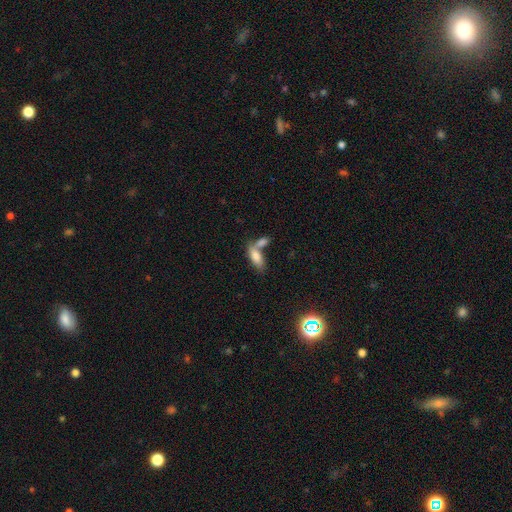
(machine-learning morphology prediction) A smooth galaxy with no disk features (79%) that is in between round and cigar-shaped (78%).

Vote fractions:
- Smooth or featured? smooth: 79% / featured or disk: 14% / star or artifact: 7%
- How rounded? in between: 78% / cigar-shaped: 19% / round: 3%
- Merging? merger: 45% / none: 39% / minor disturbance: 11% / major disturbance: 4%